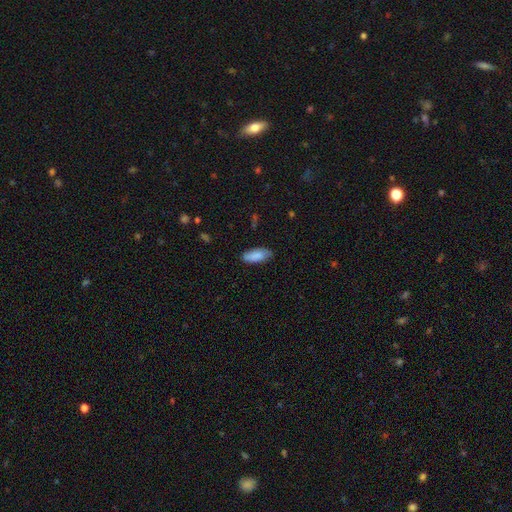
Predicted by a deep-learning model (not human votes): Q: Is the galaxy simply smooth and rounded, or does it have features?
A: smooth — 86%.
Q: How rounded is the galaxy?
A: in between — 83%.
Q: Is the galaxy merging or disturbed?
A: none — 81%.